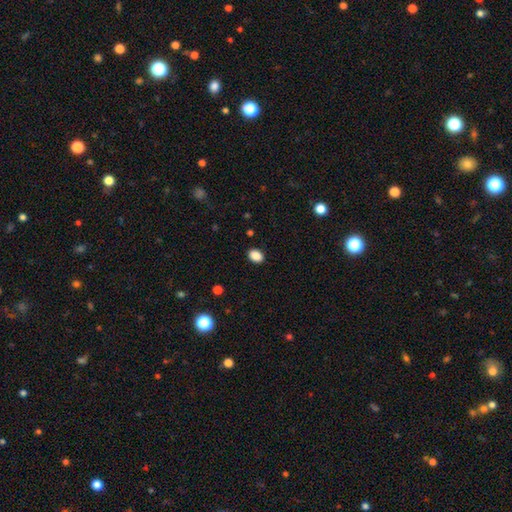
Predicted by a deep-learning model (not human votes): Smooth or featured? Predicted: smooth (p=0.88). How rounded? Predicted: in between (p=0.73). Merging? Predicted: none (p=0.89).